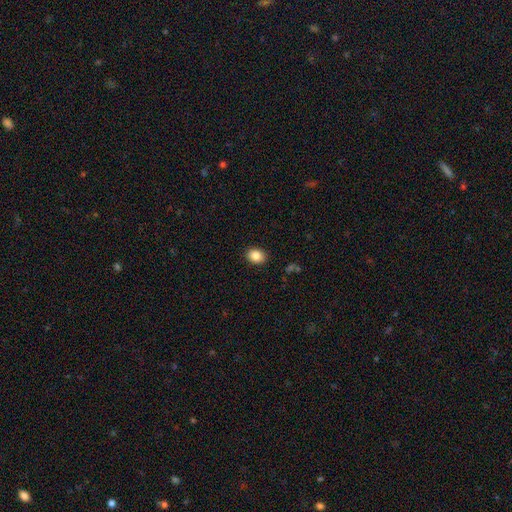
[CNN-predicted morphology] Smooth or featured?
  - smooth: 86% *
  - star or artifact: 9%
  - featured or disk: 5%
How rounded?
  - in between: 61% *
  - round: 38%
  - cigar-shaped: 1%
Merging?
  - none: 90% *
  - minor disturbance: 7%
  - major disturbance: 2%
  - merger: 1%